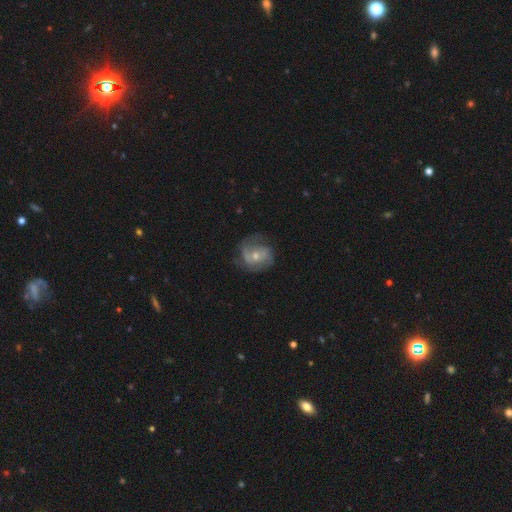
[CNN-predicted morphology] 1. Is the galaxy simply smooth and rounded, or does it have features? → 71% featured or disk, 22% smooth, 7% star or artifact.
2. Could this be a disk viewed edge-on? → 98% no, 2% yes.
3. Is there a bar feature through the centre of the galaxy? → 60% no, 32% weak, 8% strong.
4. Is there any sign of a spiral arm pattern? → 87% yes, 13% no.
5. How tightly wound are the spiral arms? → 45% medium, 31% tight, 24% loose.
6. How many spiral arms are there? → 58% 2, 19% can't tell, 10% 3, 8% 1, 3% 4, 2% more than 4.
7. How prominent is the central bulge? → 49% small, 46% moderate, 2% large, 2% none, 1% dominant.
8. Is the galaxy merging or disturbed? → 60% none, 23% minor disturbance, 15% major disturbance, 2% merger.